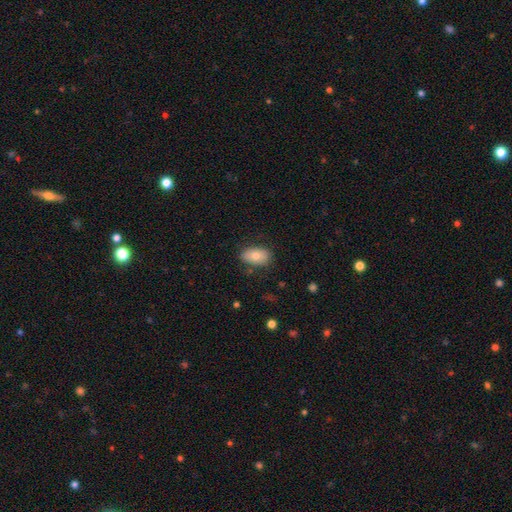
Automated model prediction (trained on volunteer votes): smooth-or-featured: smooth: 76% | featured or disk: 17% | star or artifact: 7%
  how-rounded: in between: 90% | round: 8% | cigar-shaped: 1%
  merging: none: 81% | minor disturbance: 14% | major disturbance: 3% | merger: 2%